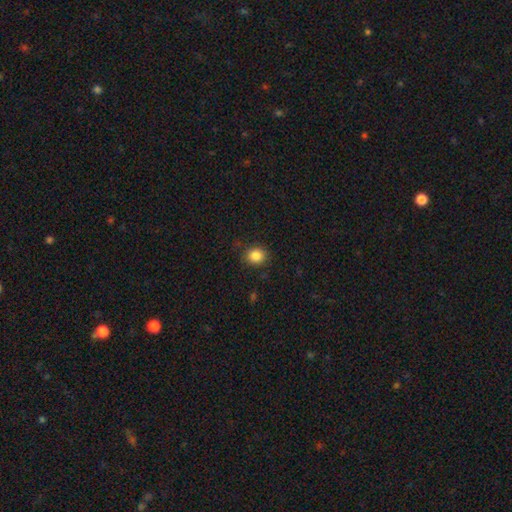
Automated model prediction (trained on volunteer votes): Smooth or featured? smooth (85%)
How rounded? round (77%)
Merging? none (86%)